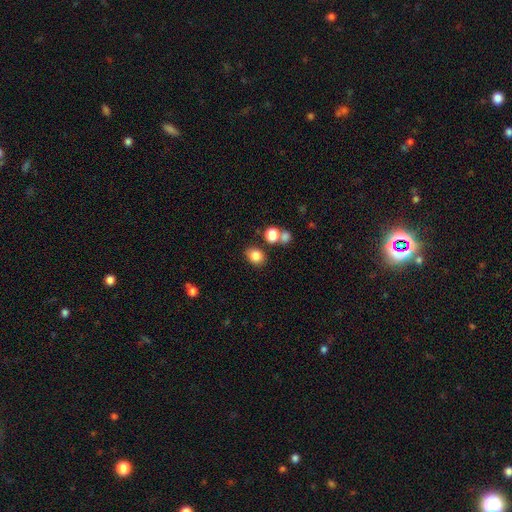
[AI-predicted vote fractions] Smooth or featured? Predicted: smooth (p=0.83). How rounded? Predicted: round (p=0.54). Merging? Predicted: none (p=0.77).